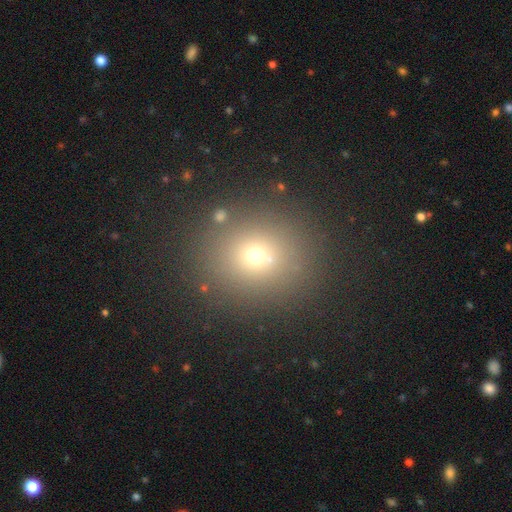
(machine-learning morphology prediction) Smooth or featured? Predicted: smooth (p=0.65). How rounded? Predicted: round (p=0.81). Merging? Predicted: none (p=0.86).